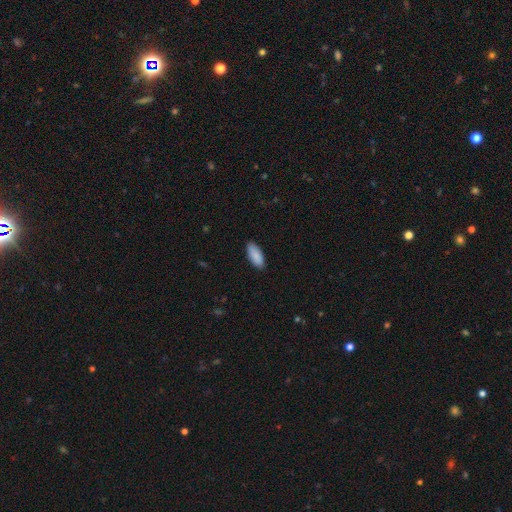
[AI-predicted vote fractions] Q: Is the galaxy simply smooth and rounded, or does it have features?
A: smooth — 90%.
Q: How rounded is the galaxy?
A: in between — 82%.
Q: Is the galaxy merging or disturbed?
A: none — 87%.